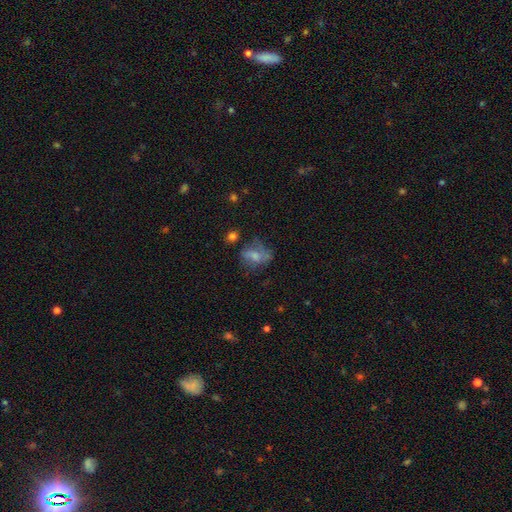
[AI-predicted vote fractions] A smooth galaxy with no disk features (51%) that is in between round and cigar-shaped (72%). Merging: none (37%).